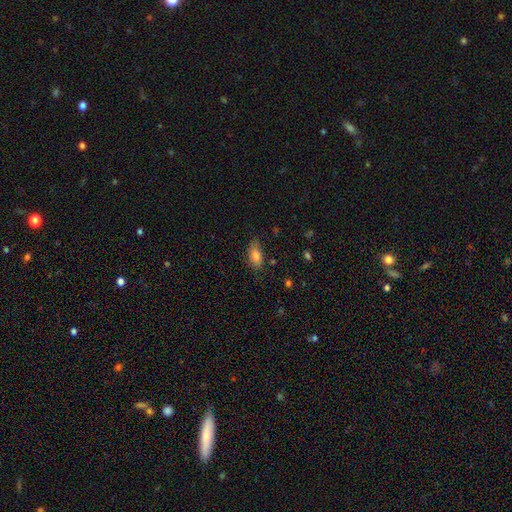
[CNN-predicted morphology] Q: Smooth or featured?
A: smooth (81%); runner-up: featured or disk (10%)
Q: How rounded?
A: in between (87%); runner-up: cigar-shaped (7%)
Q: Merging?
A: none (76%); runner-up: minor disturbance (19%)